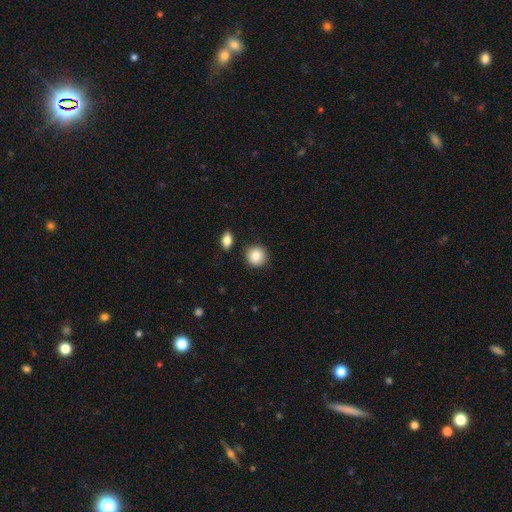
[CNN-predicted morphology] Overall: smooth (86%). How rounded: round (91%). Merging: none (87%).